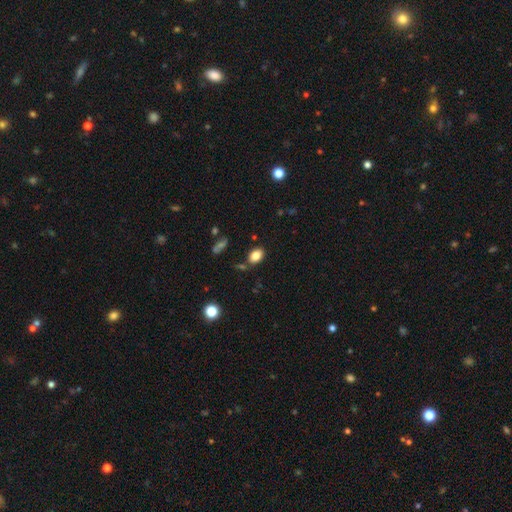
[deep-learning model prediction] Morphology: type=smooth (83%); roundness=in between (81%); merging=none (79%).